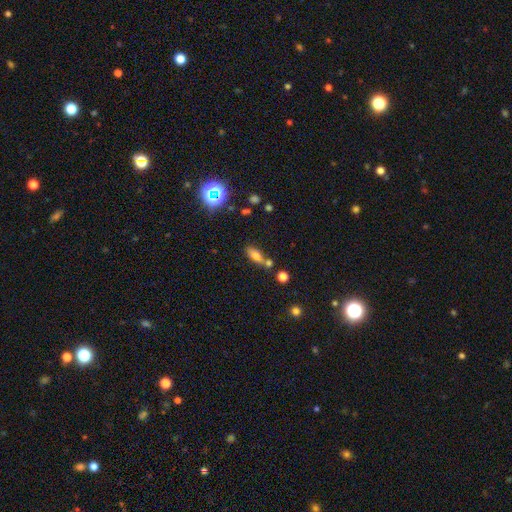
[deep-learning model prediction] This is likely a smooth galaxy (65%). How rounded: likely in between (76%). Merging: marginally none (45%).